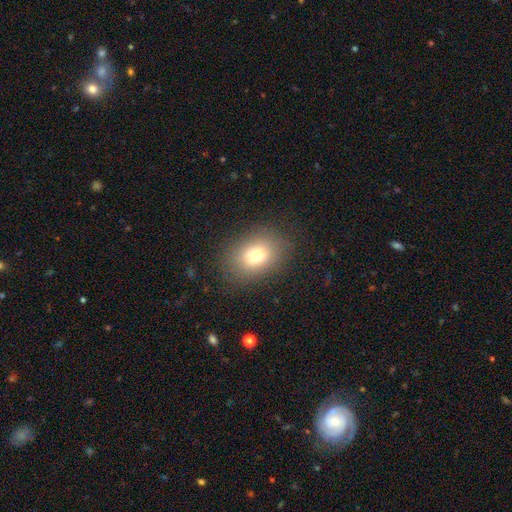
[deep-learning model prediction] Smooth or featured: smooth — 76% (featured or disk — 12%)
How rounded: in between — 70% (round — 29%)
Merging: none — 84% (minor disturbance — 11%)